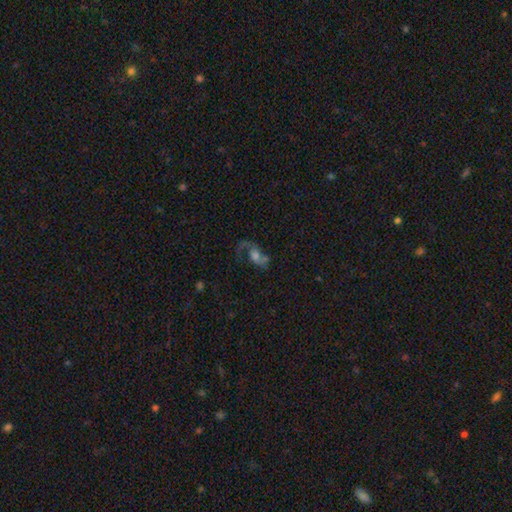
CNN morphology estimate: featured or disk 67%, smooth 20%, star or artifact 13%. Down the decision tree: edge-on disk — no (95%); bar — no (63%); spiral arms — yes (87%); spiral arm count — 2 (65%); spiral winding — loose (67%); bulge size — moderate (41%); merging — none (43%).